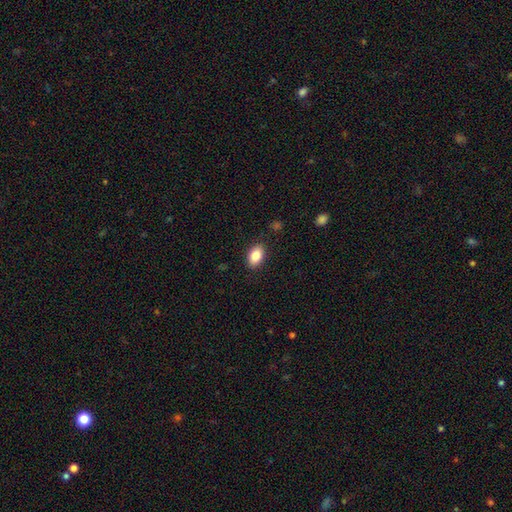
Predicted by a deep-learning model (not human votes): The model was most divided on "smooth or featured": smooth: 84%, star or artifact: 8%, featured or disk: 8%. More confident: how rounded — in between (88%); merging — none (87%).